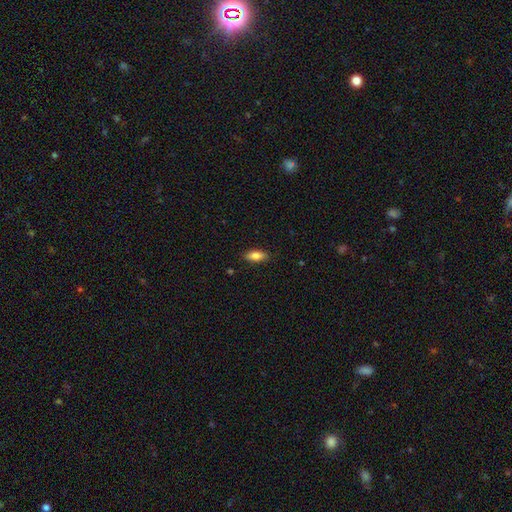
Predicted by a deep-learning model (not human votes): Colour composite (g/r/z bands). It shows a smooth galaxy with no disk features (82%) that is in between round and cigar-shaped (81%). Merging: none (86%).